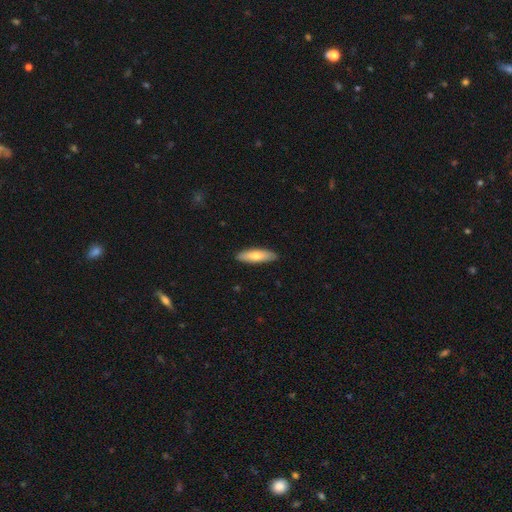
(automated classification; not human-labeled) smooth 72%, featured or disk 23%, star or artifact 5%. Down the decision tree: how rounded — cigar-shaped (58%); merging — none (89%).